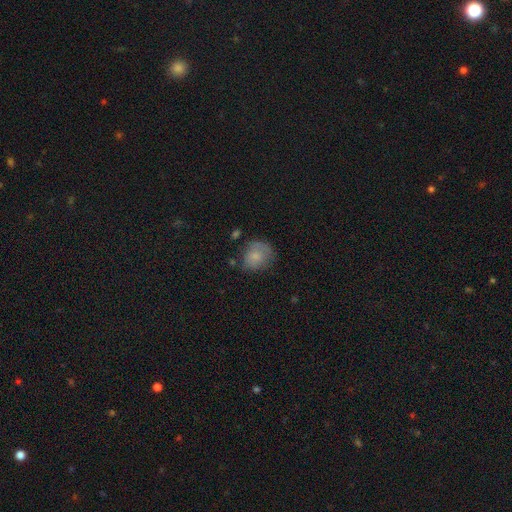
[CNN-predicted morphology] Smooth or featured? smooth (74%)
How rounded? round (68%)
Merging? none (57%)